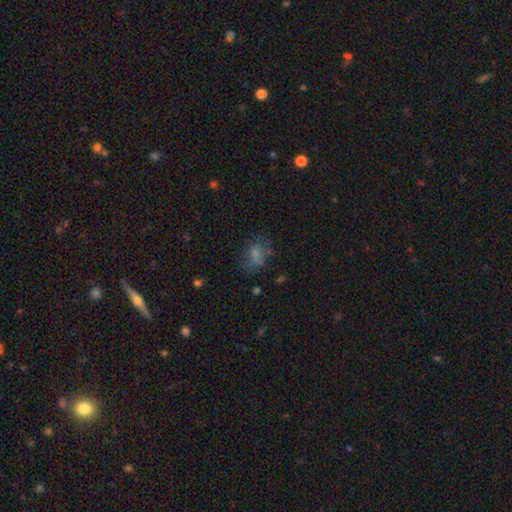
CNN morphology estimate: Smooth or featured?
  - smooth: 56% *
  - star or artifact: 24%
  - featured or disk: 20%
How rounded?
  - in between: 64% *
  - round: 34%
  - cigar-shaped: 2%
Merging?
  - none: 64% *
  - minor disturbance: 20%
  - major disturbance: 13%
  - merger: 3%